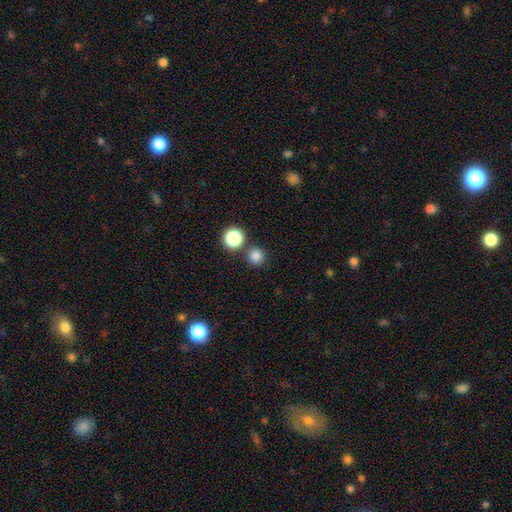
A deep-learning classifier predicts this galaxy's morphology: smooth-or-featured: smooth: 81% | star or artifact: 15% | featured or disk: 4%
  how-rounded: round: 95% | in between: 4% | cigar-shaped: 1%
  merging: none: 82% | merger: 9% | minor disturbance: 6% | major disturbance: 2%